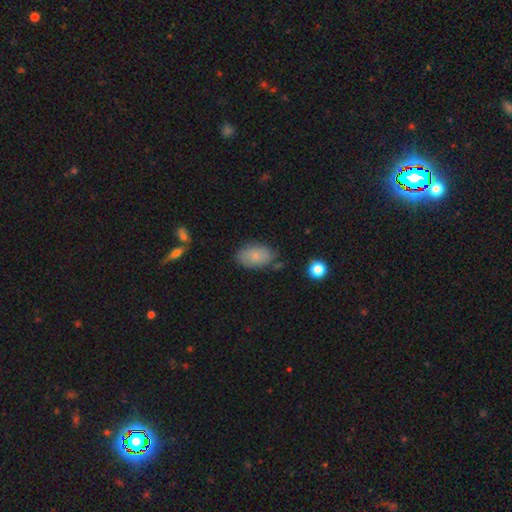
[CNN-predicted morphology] smooth_or_featured: smooth (p=0.79) [alt: featured or disk p=0.14]
how_rounded: in between (p=0.91) [alt: round p=0.08]
merging: none (p=0.72) [alt: minor disturbance p=0.20]